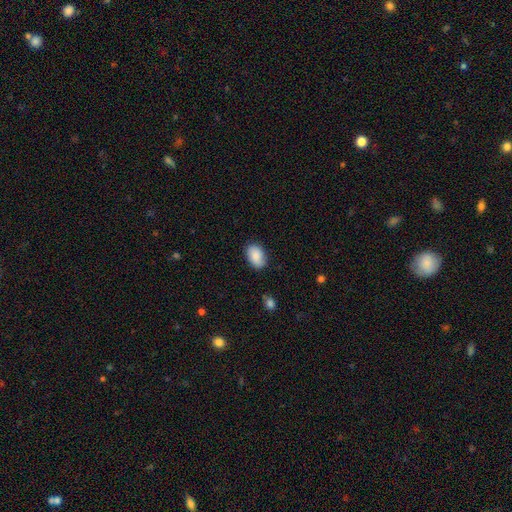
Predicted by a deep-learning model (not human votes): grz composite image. It shows a smooth galaxy with no disk features (86%) that is in between round and cigar-shaped (89%). Merging: none (81%).